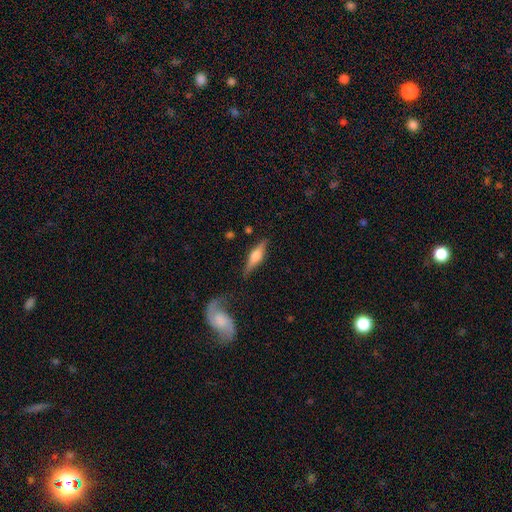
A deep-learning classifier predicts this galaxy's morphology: A featured or disk galaxy (61%) viewed edge-on (94%) with a rounded central bulge (88%).

Vote fractions:
- Smooth or featured? featured or disk: 61% / smooth: 33% / star or artifact: 6%
- Edge-on disk? yes: 94% / no: 6%
- Edge-on bulge? rounded: 88% / boxy: 9% / none: 3%
- Merging? none: 80% / minor disturbance: 13% / major disturbance: 4% / merger: 3%